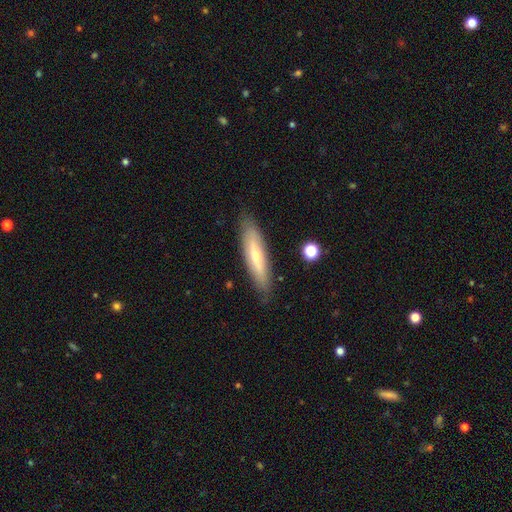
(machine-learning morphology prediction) This is possibly a featured or disk galaxy (47%, tied with smooth). Merging: clearly none (85%).